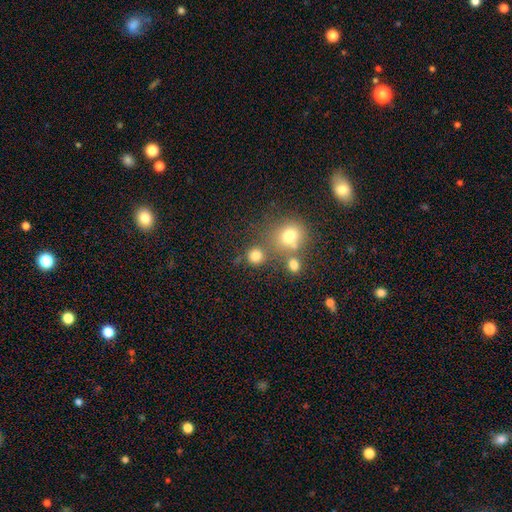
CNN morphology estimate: smooth 78%, star or artifact 15%, featured or disk 7%. Down the decision tree: how rounded — round (89%); merging — none (68%).